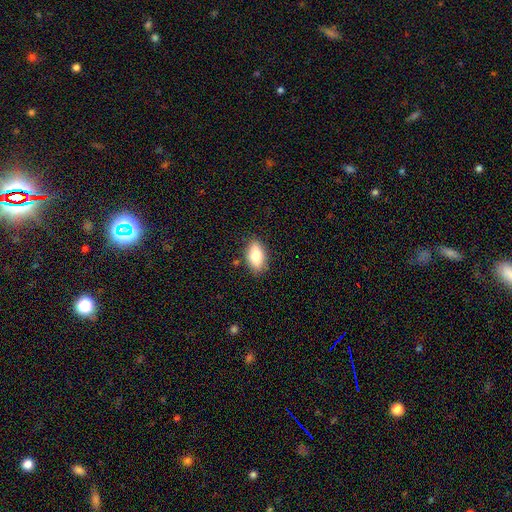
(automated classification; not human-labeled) Smooth or featured?
  - smooth: 78% *
  - featured or disk: 14%
  - star or artifact: 8%
How rounded?
  - in between: 89% *
  - round: 6%
  - cigar-shaped: 5%
Merging?
  - none: 84% *
  - minor disturbance: 12%
  - major disturbance: 3%
  - merger: 2%